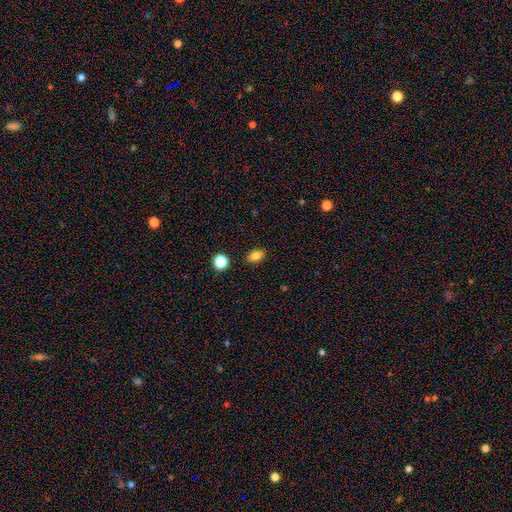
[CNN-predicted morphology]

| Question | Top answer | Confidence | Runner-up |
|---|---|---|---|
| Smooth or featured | smooth | 82% | star or artifact (11%) |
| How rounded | in between | 76% | round (22%) |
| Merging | none | 87% | minor disturbance (9%) |